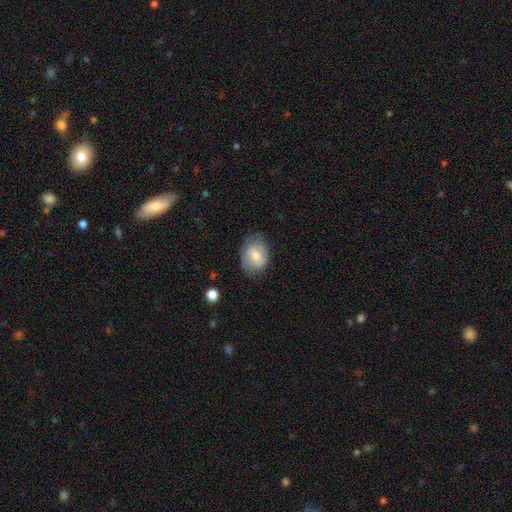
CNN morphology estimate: Q: Smooth or featured?
A: smooth (64%); runner-up: featured or disk (29%)
Q: How rounded?
A: in between (70%); runner-up: round (29%)
Q: Merging?
A: none (66%); runner-up: minor disturbance (26%)